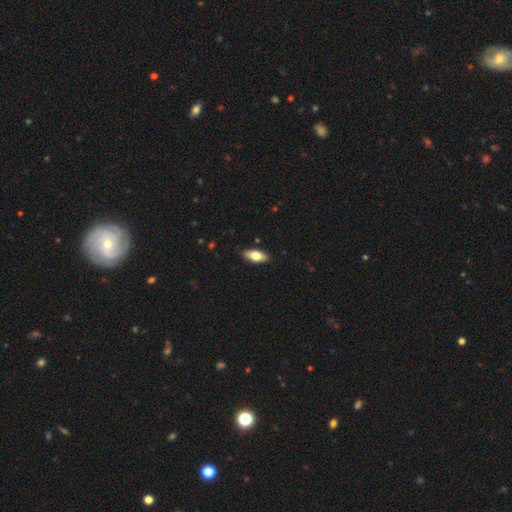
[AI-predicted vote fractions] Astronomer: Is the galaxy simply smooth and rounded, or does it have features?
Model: smooth — 73%.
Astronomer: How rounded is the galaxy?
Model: in between — 84%.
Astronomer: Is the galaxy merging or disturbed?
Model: none — 88%.